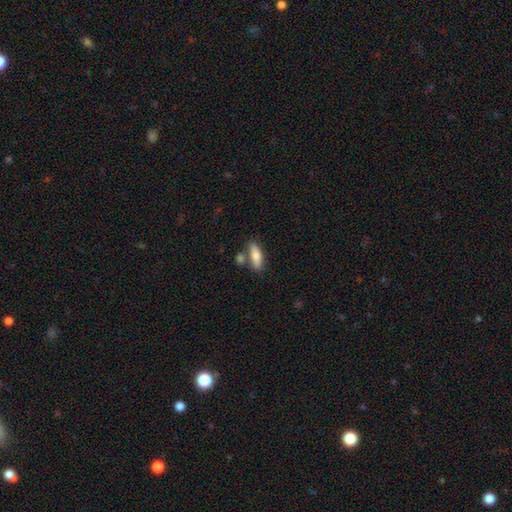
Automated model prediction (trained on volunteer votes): Overall: smooth (73%). How rounded: in between (60%; cigar-shaped 37%). Merging: none (66%).